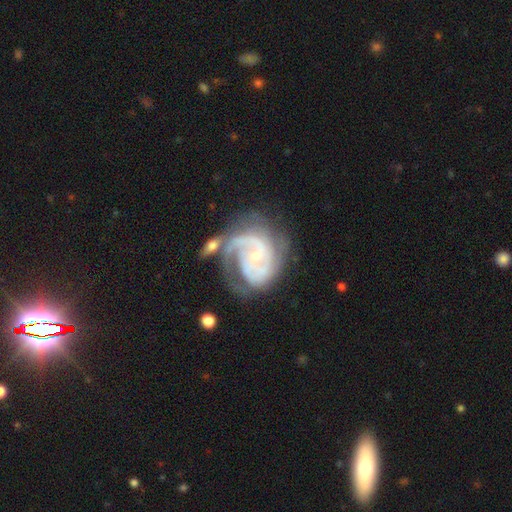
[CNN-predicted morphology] The model was most divided on "merging": none: 39%, major disturbance: 25%, minor disturbance: 23%, merger: 13%. Remaining: edge-on disk — no (98%); spiral arms — yes (95%); smooth or featured — featured or disk (88%); bulge size — small (69%); bar — no (68%); spiral winding — tight (54%); spiral arm count — 2 (43%).